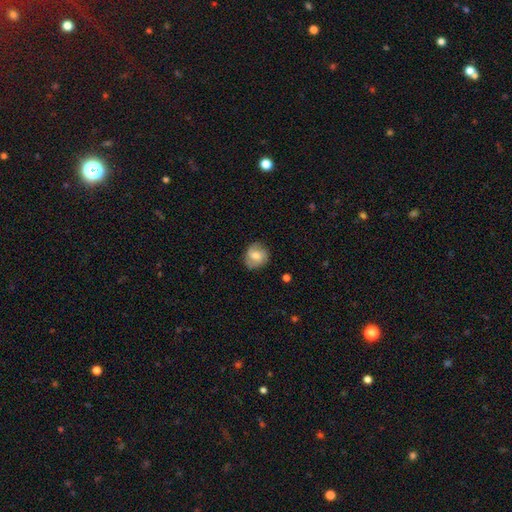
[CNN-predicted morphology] The model was most divided on "smooth or featured": smooth: 62%, featured or disk: 31%, star or artifact: 8%. More confident: how rounded — round (79%); merging — none (75%).